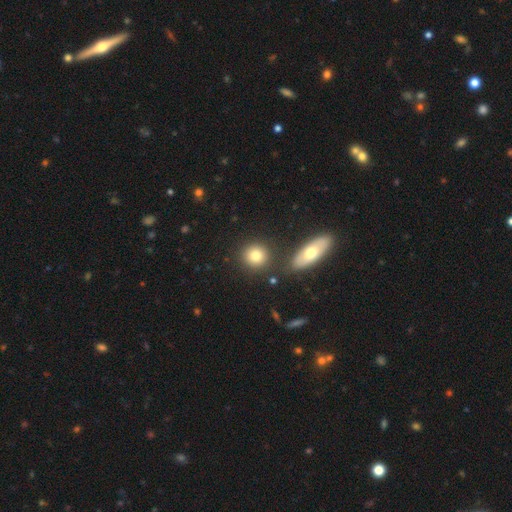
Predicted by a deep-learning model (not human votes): Smooth or featured?
  - smooth: 81% *
  - featured or disk: 10%
  - star or artifact: 9%
How rounded?
  - round: 84% *
  - in between: 14%
  - cigar-shaped: 2%
Merging?
  - none: 78% *
  - merger: 10%
  - minor disturbance: 9%
  - major disturbance: 3%